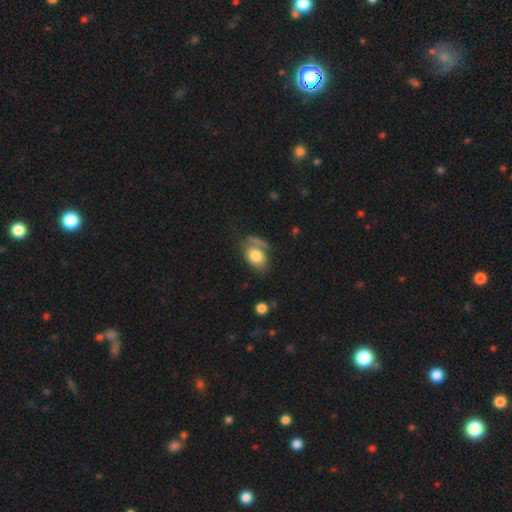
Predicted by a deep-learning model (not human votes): This is likely a smooth galaxy (77%). How rounded: clearly in between (82%). Merging: possibly none (52%).